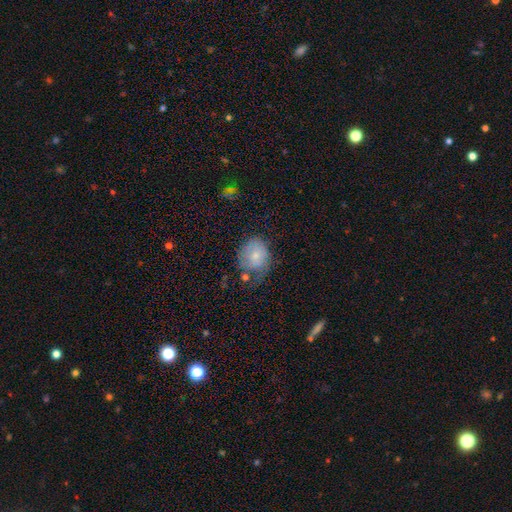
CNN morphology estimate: This appears to be a smooth galaxy with no disk features (71%) that is round (62%). Merging: none (37%).